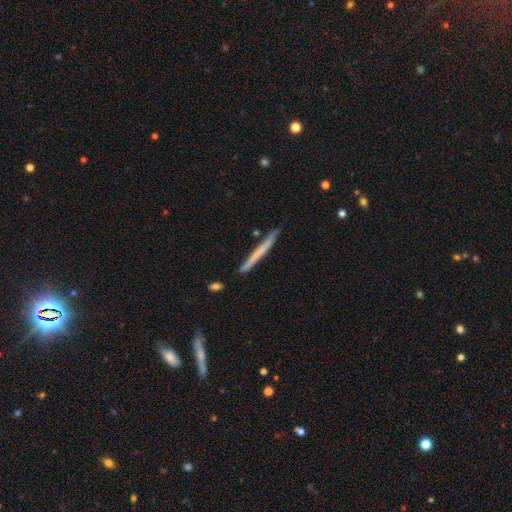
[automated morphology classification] Smooth or featured? smooth (56%)
How rounded? cigar-shaped (97%)
Merging? none (90%)